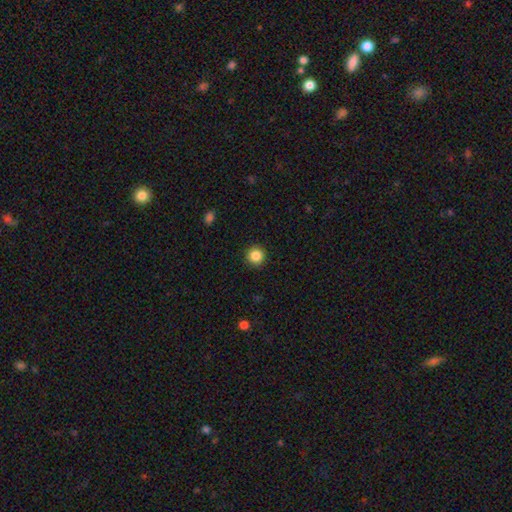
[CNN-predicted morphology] Smooth or featured?
  - smooth: 86% *
  - star or artifact: 10%
  - featured or disk: 4%
How rounded?
  - round: 95% *
  - in between: 4%
  - cigar-shaped: 1%
Merging?
  - none: 92% *
  - minor disturbance: 5%
  - major disturbance: 2%
  - merger: 1%